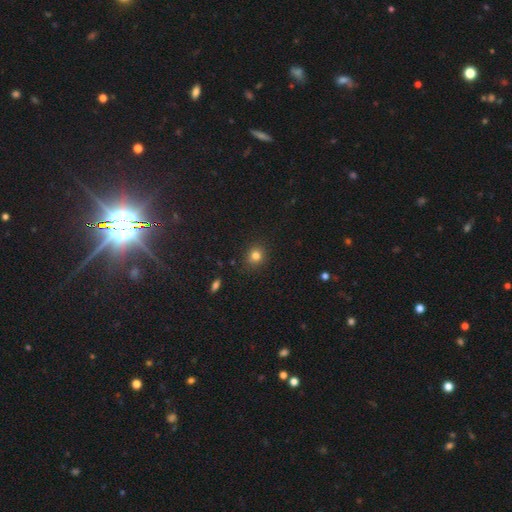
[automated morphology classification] type=smooth (80%); roundness=round (83%); merging=none (87%).